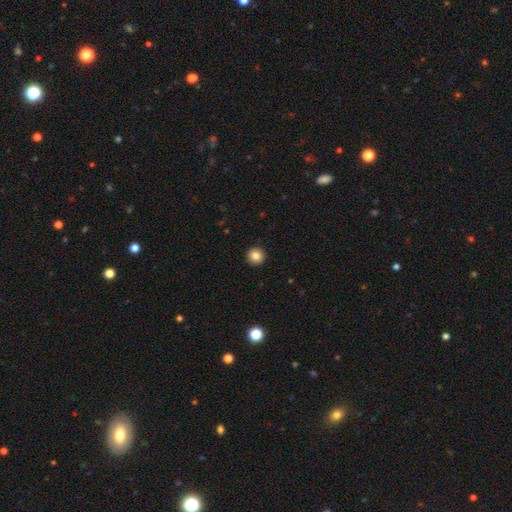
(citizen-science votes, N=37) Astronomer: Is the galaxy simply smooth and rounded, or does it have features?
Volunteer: smooth — 81%.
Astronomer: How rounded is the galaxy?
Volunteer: round — 97%.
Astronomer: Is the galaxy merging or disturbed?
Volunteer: none — 88%.